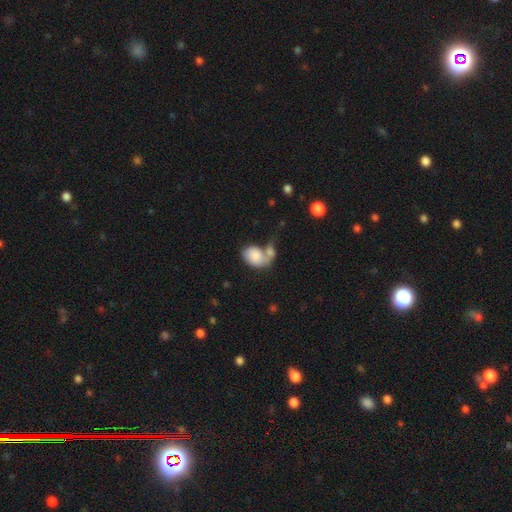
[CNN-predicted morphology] Smooth or featured?
  - smooth: 79% *
  - featured or disk: 14%
  - star or artifact: 7%
How rounded?
  - in between: 74% *
  - round: 25%
  - cigar-shaped: 1%
Merging?
  - merger: 54% *
  - none: 22%
  - minor disturbance: 12%
  - major disturbance: 12%